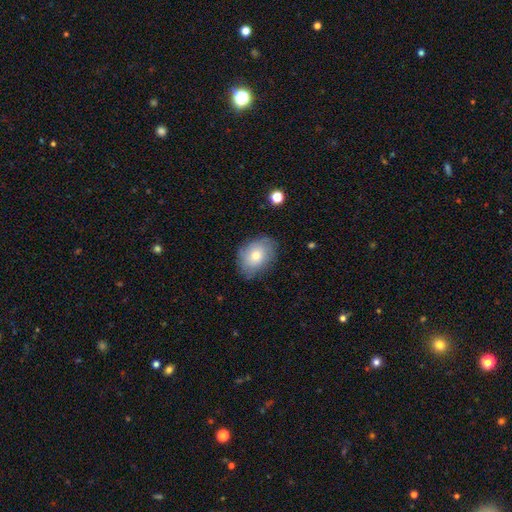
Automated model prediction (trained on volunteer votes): Smooth or featured: smooth — 64% (featured or disk — 27%)
How rounded: in between — 68% (round — 31%)
Merging: none — 77% (minor disturbance — 18%)